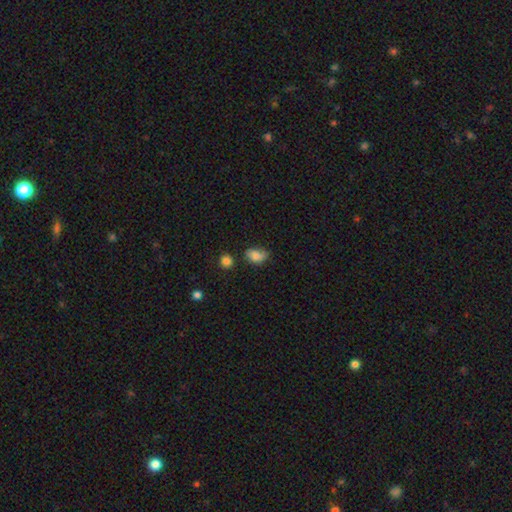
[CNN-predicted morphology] Smooth or featured? smooth (77%)
How rounded? in between (80%)
Merging? none (52%)